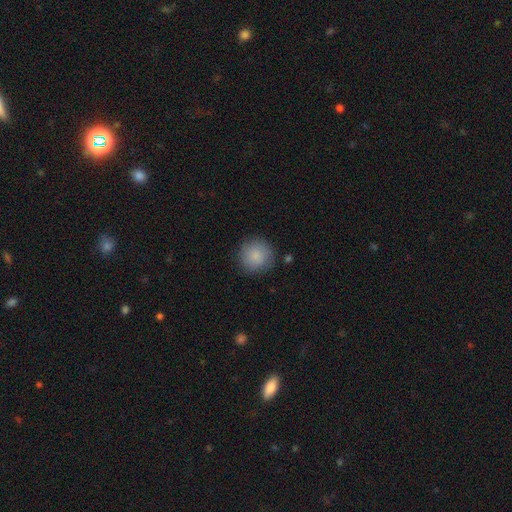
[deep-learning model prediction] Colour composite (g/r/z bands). It shows a smooth galaxy with no disk features (87%) that is round (94%). Merging: none (86%).